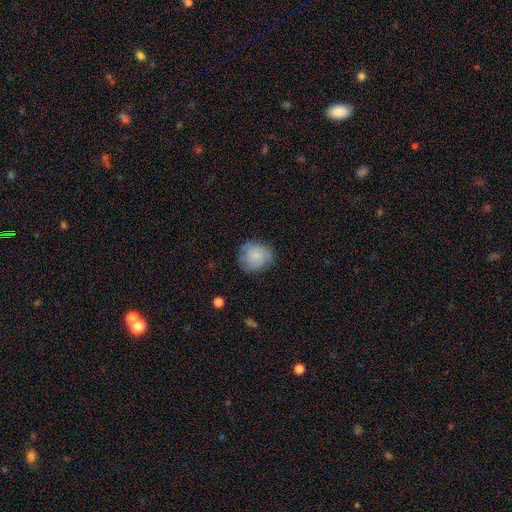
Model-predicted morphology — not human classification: This is likely a smooth galaxy (69%). How rounded: clearly round (80%). Merging: likely none (69%).